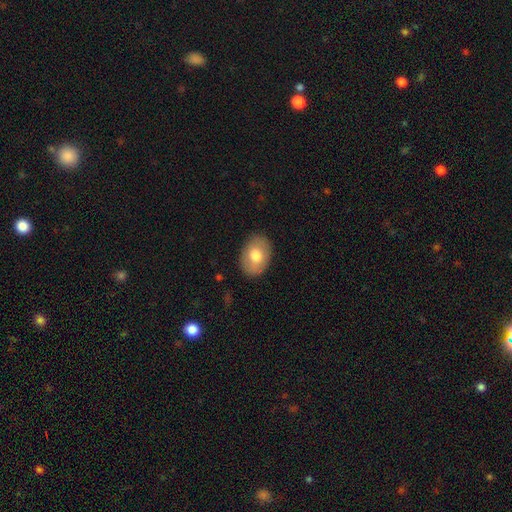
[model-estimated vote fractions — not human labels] A smooth galaxy with no disk features (71%) that is in between round and cigar-shaped (78%).

Vote fractions:
- Smooth or featured? smooth: 71% / featured or disk: 22% / star or artifact: 7%
- How rounded? in between: 78% / round: 21% / cigar-shaped: 1%
- Merging? none: 86% / minor disturbance: 10% / major disturbance: 3% / merger: 1%